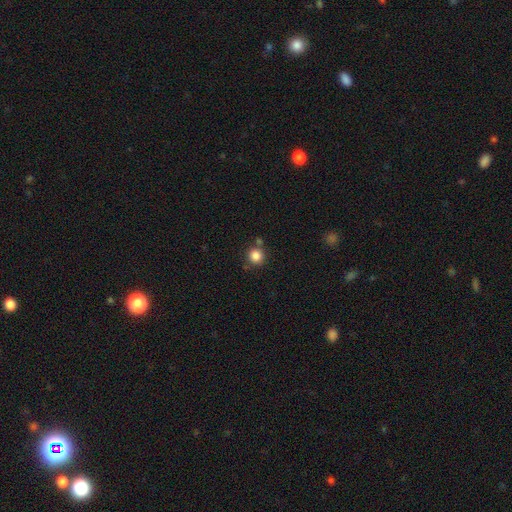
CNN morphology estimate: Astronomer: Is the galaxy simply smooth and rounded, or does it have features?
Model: smooth — 85%.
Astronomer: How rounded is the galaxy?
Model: round — 93%.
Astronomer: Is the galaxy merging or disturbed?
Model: none — 77%.